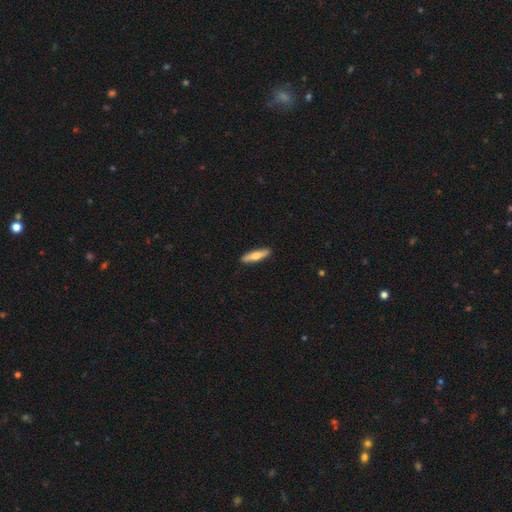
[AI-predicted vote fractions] Morphology: type=smooth (64%); roundness=cigar-shaped (79%); merging=none (90%).